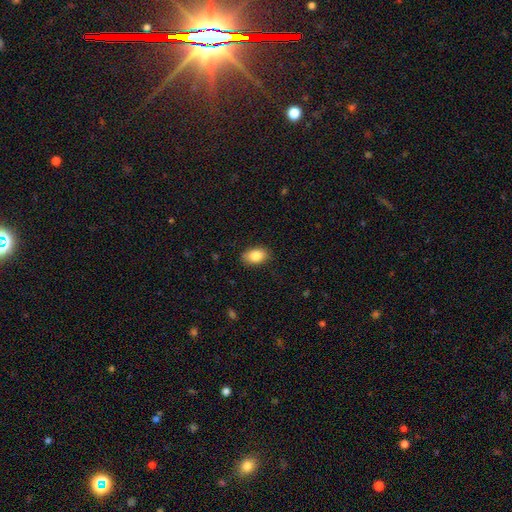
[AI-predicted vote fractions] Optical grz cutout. It shows a smooth galaxy with no disk features (86%) that is in between round and cigar-shaped (88%). Merging: none (86%).